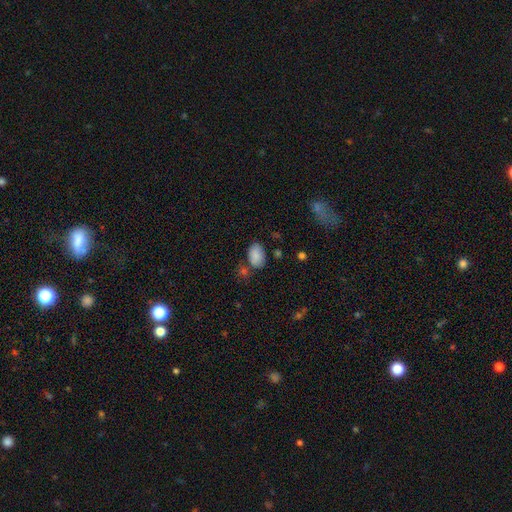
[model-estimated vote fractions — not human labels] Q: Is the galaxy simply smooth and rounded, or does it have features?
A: smooth — 86%.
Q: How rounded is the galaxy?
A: in between — 89%.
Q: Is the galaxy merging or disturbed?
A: none — 64%.